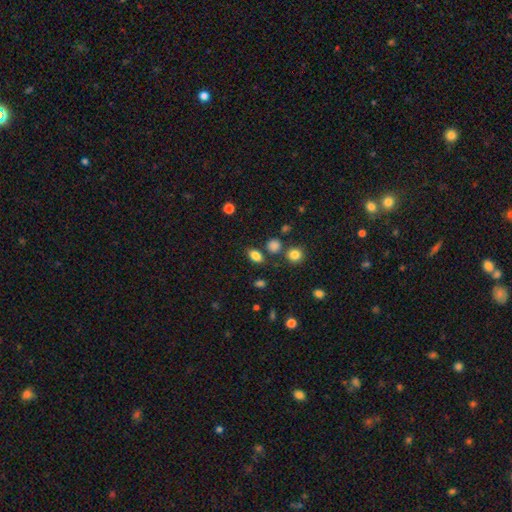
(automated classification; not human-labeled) Smooth or featured?
  - smooth: 82% *
  - star or artifact: 12%
  - featured or disk: 6%
How rounded?
  - in between: 80% *
  - round: 18%
  - cigar-shaped: 2%
Merging?
  - none: 77% *
  - minor disturbance: 12%
  - merger: 7%
  - major disturbance: 4%